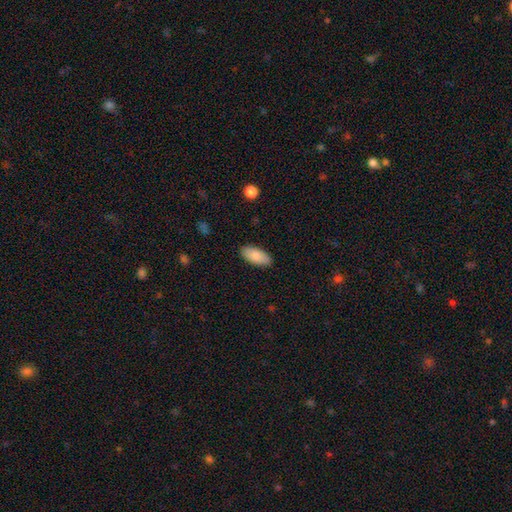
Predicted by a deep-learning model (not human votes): Smooth or featured? smooth (85%)
How rounded? in between (91%)
Merging? none (87%)